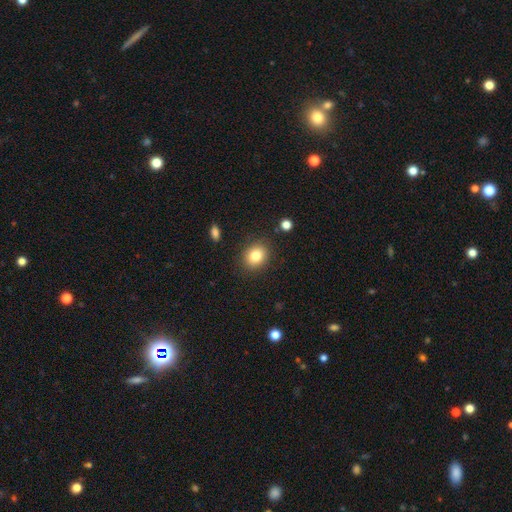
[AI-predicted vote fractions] smooth 82%, star or artifact 10%, featured or disk 8%. Down the decision tree: how rounded — round (62%); merging — none (87%).